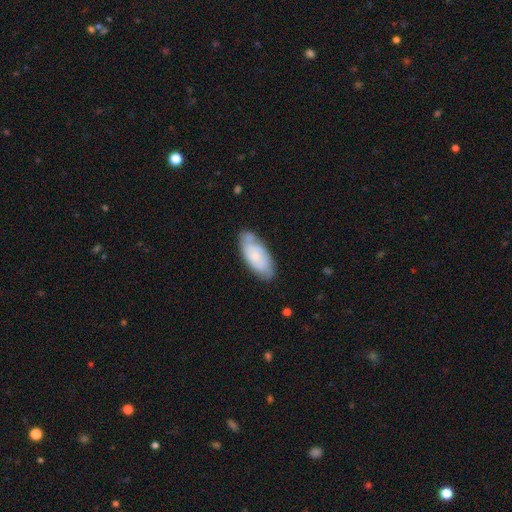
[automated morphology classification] Q: Smooth or featured?
A: smooth (54%); runner-up: featured or disk (40%)
Q: How rounded?
A: in between (86%); runner-up: cigar-shaped (12%)
Q: Merging?
A: none (68%); runner-up: minor disturbance (24%)